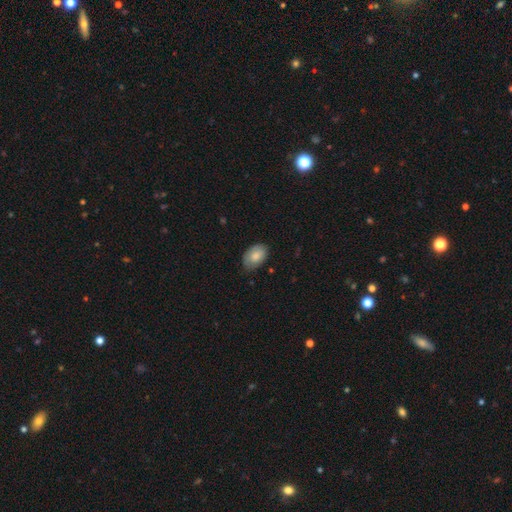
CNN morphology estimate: Q: Smooth or featured?
A: smooth (79%); runner-up: featured or disk (15%)
Q: How rounded?
A: in between (89%); runner-up: round (10%)
Q: Merging?
A: none (73%); runner-up: minor disturbance (22%)